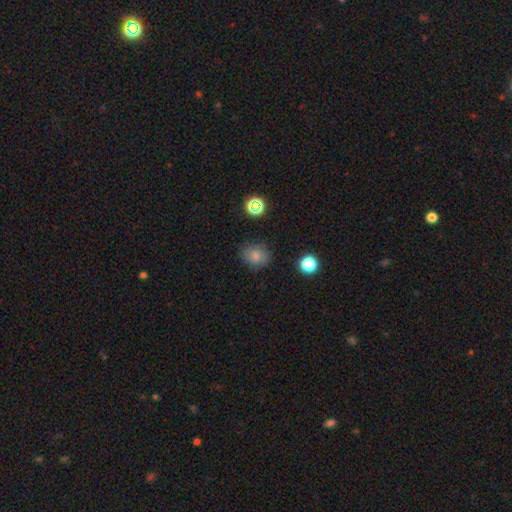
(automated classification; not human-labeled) Smooth or featured: smooth — 77% (star or artifact — 14%)
How rounded: round — 62% (in between — 37%)
Merging: none — 78% (minor disturbance — 15%)